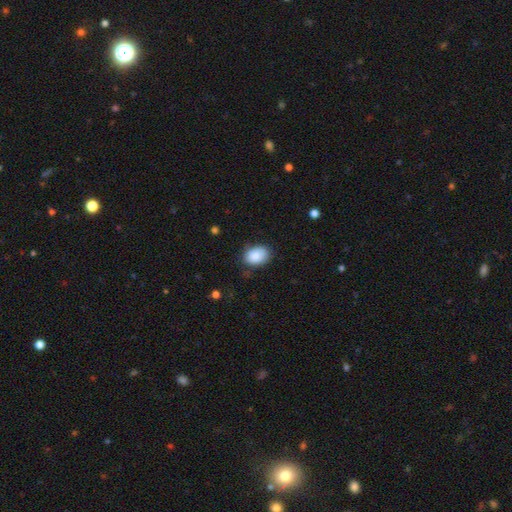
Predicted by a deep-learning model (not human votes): The model was most divided on "merging": none: 76%, minor disturbance: 19%, major disturbance: 4%, merger: 1%. More confident: smooth or featured — smooth (89%); how rounded — in between (80%).